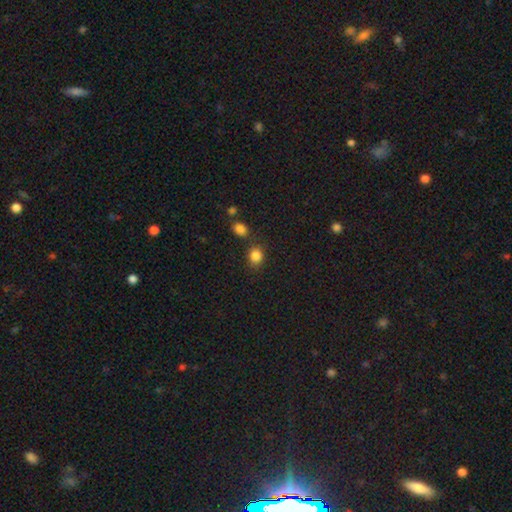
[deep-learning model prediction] A smooth galaxy with no disk features (84%) that is round (63%). Merging: none (74%).